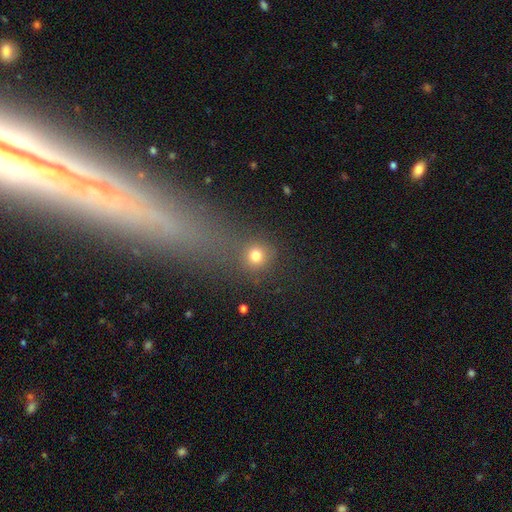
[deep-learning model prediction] Smooth or featured?
  - smooth: 76% *
  - star or artifact: 16%
  - featured or disk: 7%
How rounded?
  - round: 90% *
  - in between: 8%
  - cigar-shaped: 1%
Merging?
  - none: 72% *
  - merger: 14%
  - minor disturbance: 9%
  - major disturbance: 5%